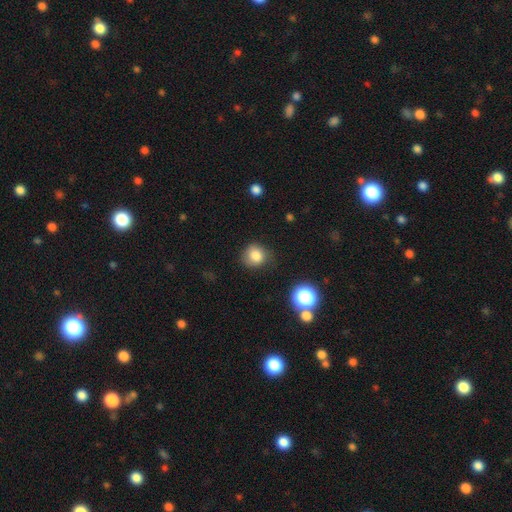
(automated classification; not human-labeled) smooth 81%, star or artifact 11%, featured or disk 8%. Down the decision tree: how rounded — round (81%); merging — none (72%).